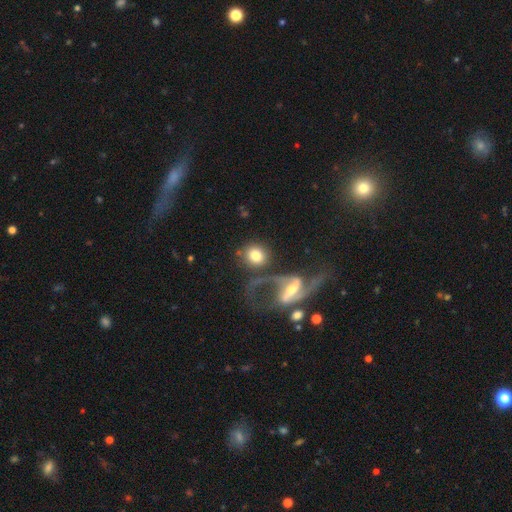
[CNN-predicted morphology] smooth 65%, featured or disk 27%, star or artifact 8%. Down the decision tree: how rounded — round (78%); merging — none (53%).